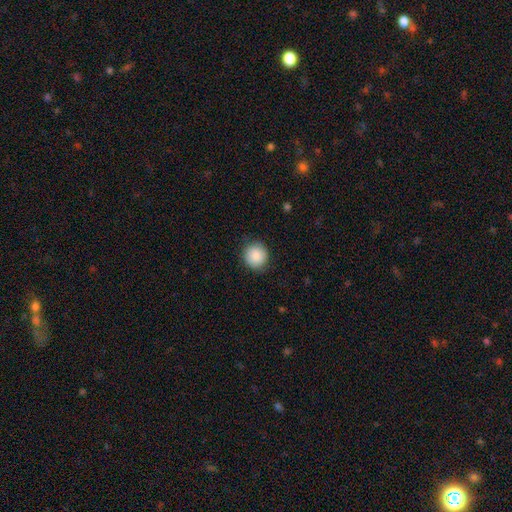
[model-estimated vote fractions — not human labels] This is clearly a smooth galaxy (89%). How rounded: clearly round (92%). Merging: clearly none (87%).